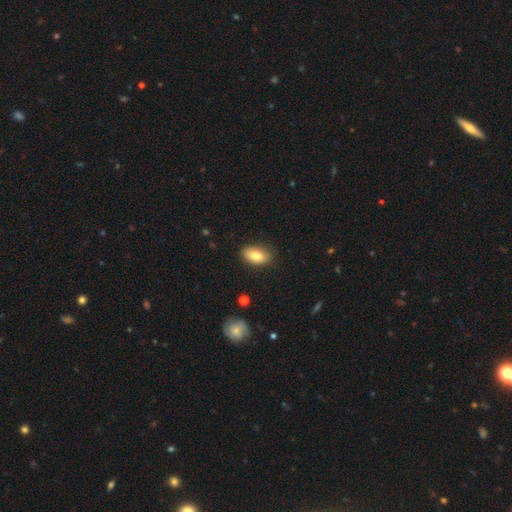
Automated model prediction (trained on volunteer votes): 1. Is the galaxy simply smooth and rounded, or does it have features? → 82% smooth, 10% featured or disk, 7% star or artifact.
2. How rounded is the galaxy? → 90% in between, 6% round, 5% cigar-shaped.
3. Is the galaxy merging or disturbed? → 84% none, 12% minor disturbance, 3% major disturbance, 1% merger.